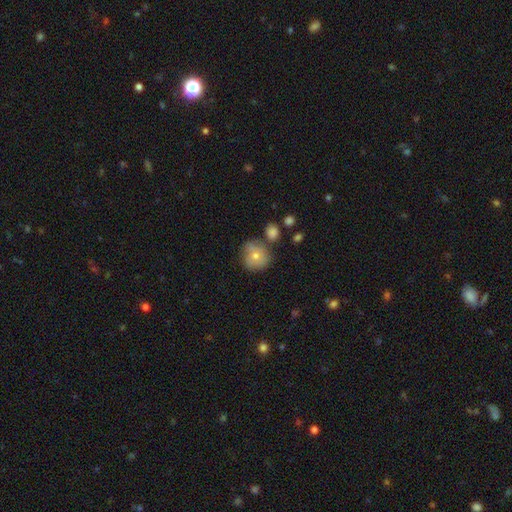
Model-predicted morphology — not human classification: Overall: smooth (68%). How rounded: round (86%). Merging: none (61%; minor disturbance 23%).